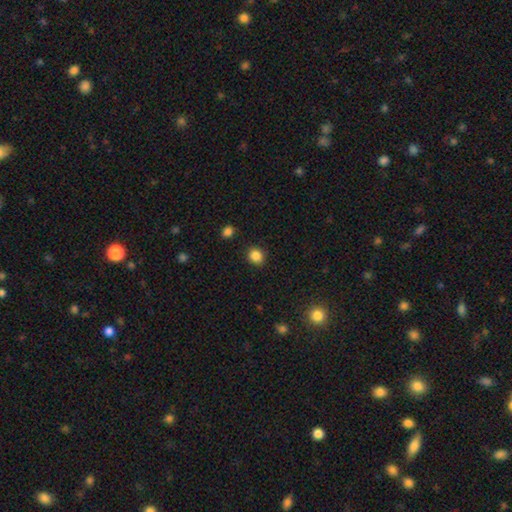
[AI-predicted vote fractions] A smooth galaxy with no disk features (85%) that is round (82%).

Vote fractions:
- Smooth or featured? smooth: 85% / star or artifact: 11% / featured or disk: 4%
- How rounded? round: 82% / in between: 17% / cigar-shaped: 1%
- Merging? none: 89% / minor disturbance: 7% / major disturbance: 2% / merger: 2%